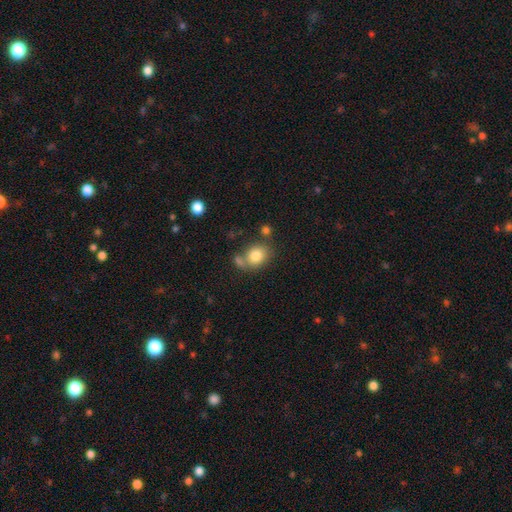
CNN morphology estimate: This appears to be a smooth galaxy with no disk features (81%) that is round (56%). Merging: none (58%).